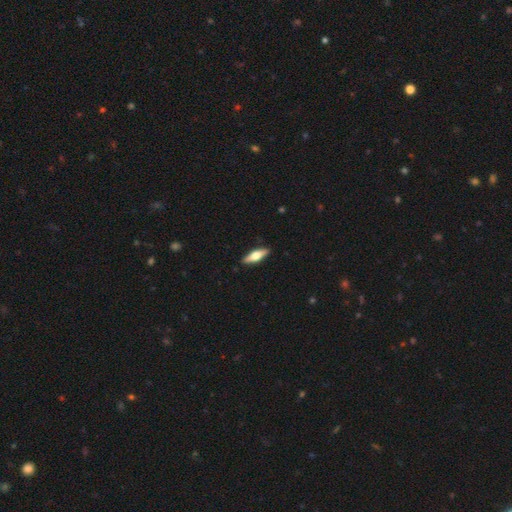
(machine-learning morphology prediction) type=smooth (51%); roundness=cigar-shaped (52%); merging=none (90%).